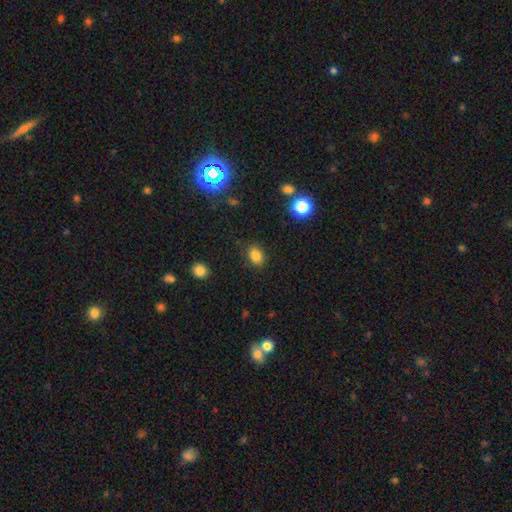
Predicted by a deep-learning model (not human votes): A smooth galaxy with no disk features (83%) that is in between round and cigar-shaped (73%).

Vote fractions:
- Smooth or featured? smooth: 83% / star or artifact: 11% / featured or disk: 5%
- How rounded? in between: 73% / round: 26% / cigar-shaped: 1%
- Merging? none: 85% / minor disturbance: 10% / major disturbance: 3% / merger: 2%